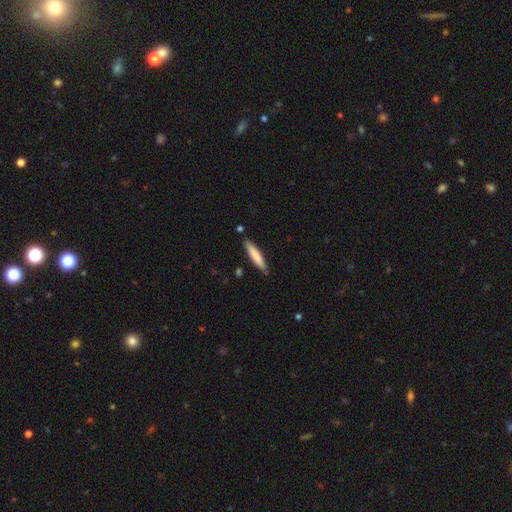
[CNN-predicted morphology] A smooth galaxy with no disk features (77%) that is cigar-shaped (89%).

Vote fractions:
- Smooth or featured? smooth: 77% / featured or disk: 18% / star or artifact: 5%
- How rounded? cigar-shaped: 89% / in between: 9% / round: 1%
- Merging? none: 85% / minor disturbance: 11% / merger: 2% / major disturbance: 2%